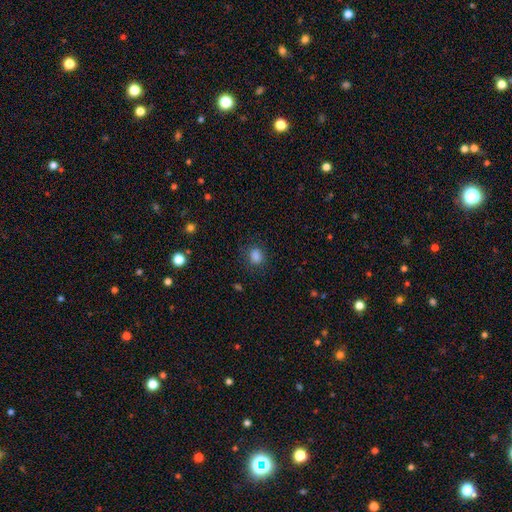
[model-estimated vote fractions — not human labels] Smooth or featured: smooth — 83% (star or artifact — 12%)
How rounded: round — 50% (in between — 49%)
Merging: none — 79% (minor disturbance — 14%)